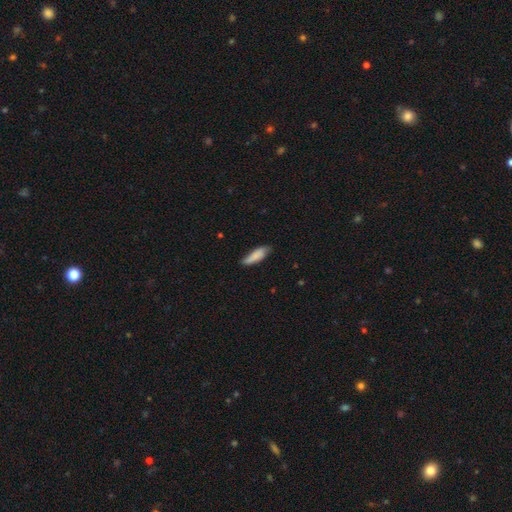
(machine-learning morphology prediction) Q: Smooth or featured?
A: smooth (79%); runner-up: featured or disk (15%)
Q: How rounded?
A: cigar-shaped (52%); runner-up: in between (47%)
Q: Merging?
A: none (65%); runner-up: minor disturbance (28%)